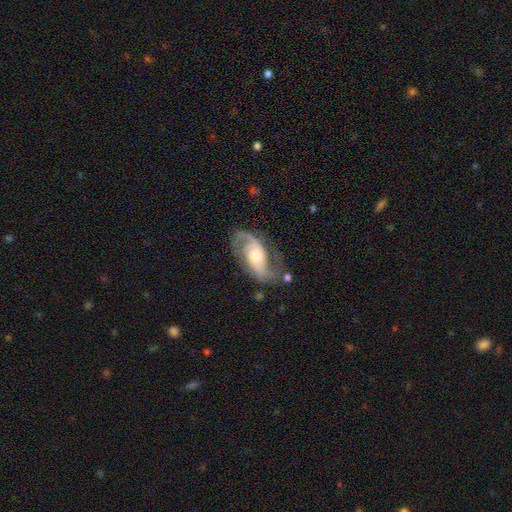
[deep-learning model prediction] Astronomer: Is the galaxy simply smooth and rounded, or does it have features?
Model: featured or disk — 88%.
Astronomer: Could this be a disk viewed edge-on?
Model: no — 96%.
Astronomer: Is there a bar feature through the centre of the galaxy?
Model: no — 52% (runner-up: weak, 36%).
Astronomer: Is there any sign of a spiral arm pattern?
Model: yes — 97%.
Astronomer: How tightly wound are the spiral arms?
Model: medium — 50% (runner-up: loose, 34%).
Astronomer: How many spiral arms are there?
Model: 2 — 91%.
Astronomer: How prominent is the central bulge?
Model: moderate — 56%.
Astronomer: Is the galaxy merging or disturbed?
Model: none — 70%.